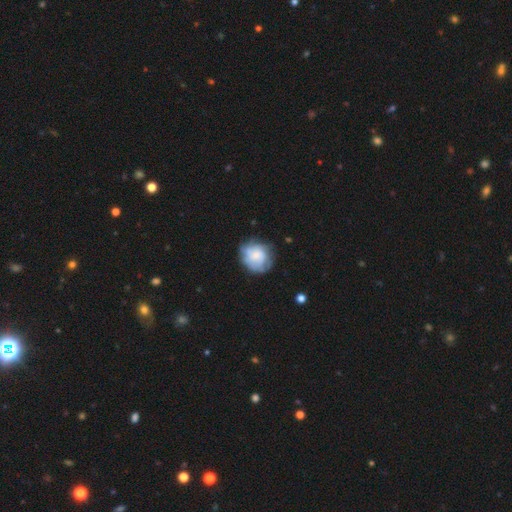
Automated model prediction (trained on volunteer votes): smooth-or-featured: smooth: 54% | featured or disk: 37% | star or artifact: 8%
  how-rounded: round: 76% | in between: 23% | cigar-shaped: 1%
  merging: none: 62% | minor disturbance: 24% | major disturbance: 12% | merger: 2%